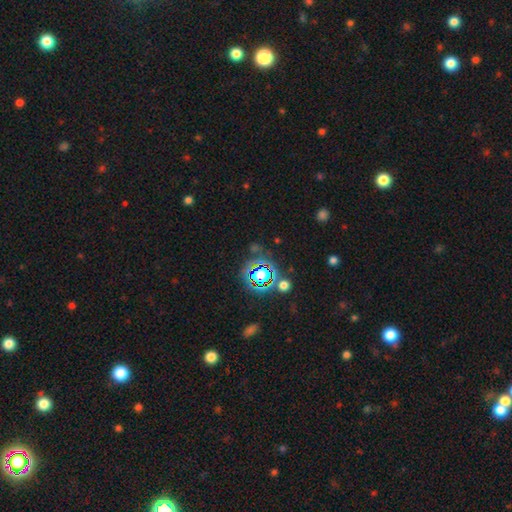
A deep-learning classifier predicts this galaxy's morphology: Smooth or featured: star or artifact — 78% (smooth — 13%)